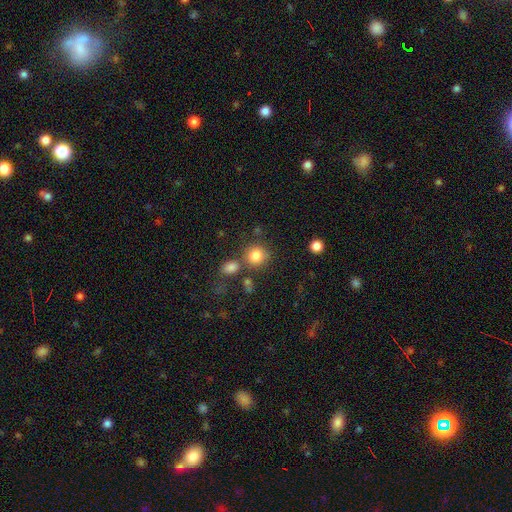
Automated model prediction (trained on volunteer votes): The model was most divided on "merging": none: 70%, merger: 15%, minor disturbance: 10%, major disturbance: 5%. More confident: how rounded — round (87%); smooth or featured — smooth (82%).